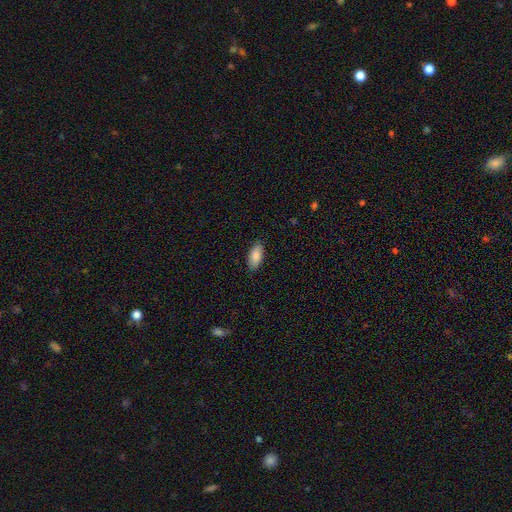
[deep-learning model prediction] This is clearly a smooth galaxy (87%). How rounded: clearly in between (88%). Merging: clearly none (86%).